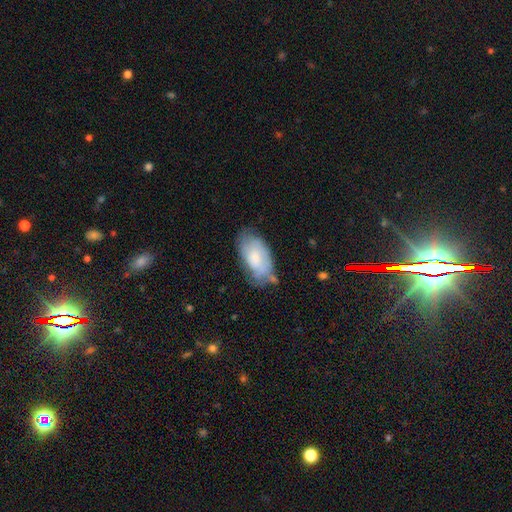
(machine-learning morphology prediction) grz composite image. It shows a smooth galaxy with no disk features (63%) that is in between round and cigar-shaped (94%). Merging: none (55%).